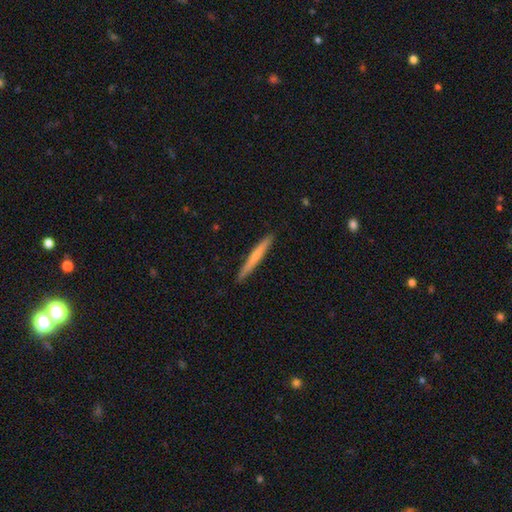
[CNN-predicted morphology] smooth 56%, featured or disk 39%, star or artifact 5%. Down the decision tree: how rounded — cigar-shaped (96%); merging — none (91%).